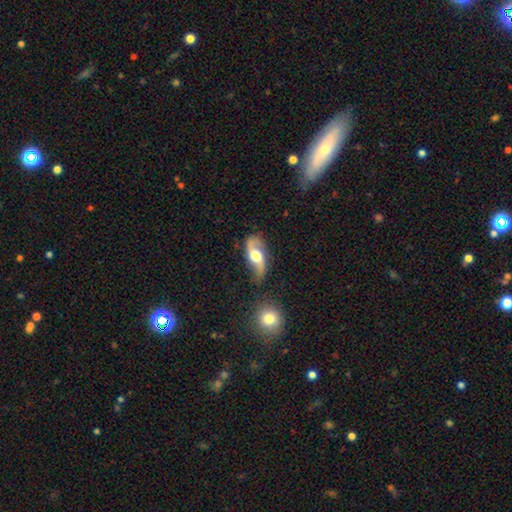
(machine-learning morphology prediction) Smooth or featured?
  - featured or disk: 79% *
  - smooth: 15%
  - star or artifact: 5%
Edge-on disk?
  - no: 90% *
  - yes: 10%
Bar?
  - no: 59% *
  - weak: 30%
  - strong: 11%
Spiral arms?
  - yes: 91% *
  - no: 9%
Spiral winding?
  - loose: 77% *
  - medium: 18%
  - tight: 5%
Spiral arm count?
  - 2: 92% *
  - 1: 3%
  - can't tell: 2%
  - 3: 1%
  - 4: 1%
  - more than 4: 1%
Bulge size?
  - moderate: 56% *
  - large: 35%
  - small: 5%
  - dominant: 3%
  - none: 1%
Merging?
  - none: 65% *
  - minor disturbance: 21%
  - major disturbance: 10%
  - merger: 4%